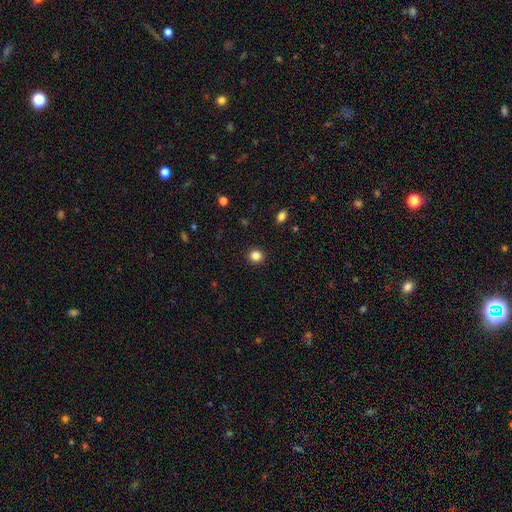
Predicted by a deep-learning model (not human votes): This appears to be a smooth galaxy with no disk features (84%) that is round (90%). Merging: none (92%).